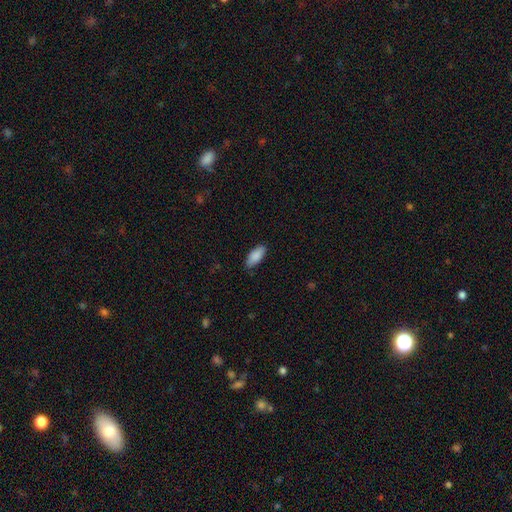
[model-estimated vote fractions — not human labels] A smooth galaxy with no disk features (88%) that is in between round and cigar-shaped (84%).

Vote fractions:
- Smooth or featured? smooth: 88% / star or artifact: 6% / featured or disk: 6%
- How rounded? in between: 84% / cigar-shaped: 14% / round: 2%
- Merging? none: 83% / minor disturbance: 14% / major disturbance: 2% / merger: 1%